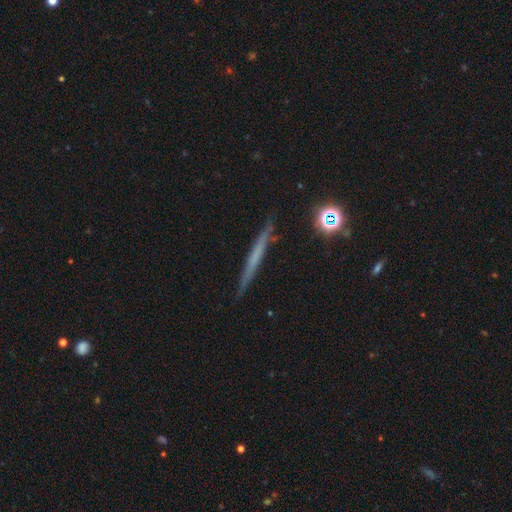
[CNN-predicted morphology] A featured or disk galaxy (48%). Merging: none (88%).